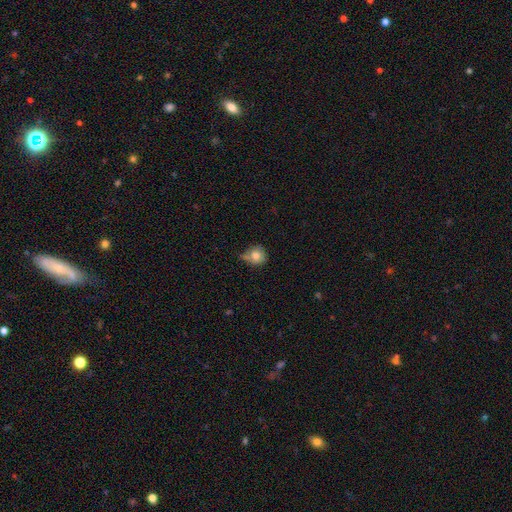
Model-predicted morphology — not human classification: This is likely a smooth galaxy (79%). How rounded: clearly round (86%). Merging: possibly none (54%).